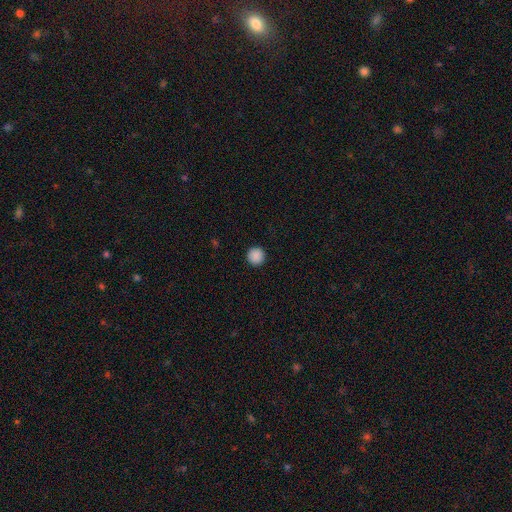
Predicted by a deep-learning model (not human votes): Smooth or featured?
  - smooth: 89% *
  - star or artifact: 9%
  - featured or disk: 2%
How rounded?
  - round: 96% *
  - in between: 3%
  - cigar-shaped: 1%
Merging?
  - none: 93% *
  - minor disturbance: 4%
  - major disturbance: 2%
  - merger: 1%